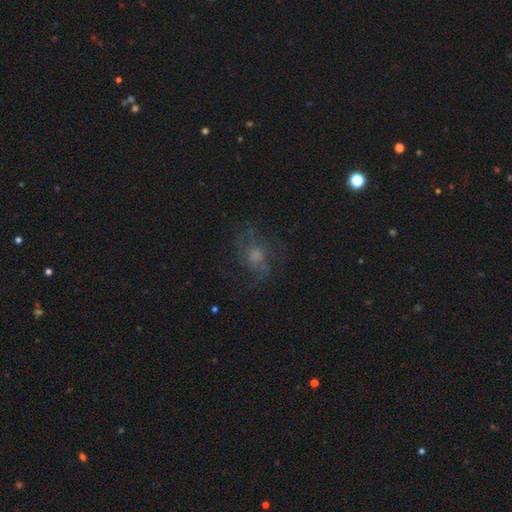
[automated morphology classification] Smooth or featured?
  - featured or disk: 54% *
  - smooth: 27%
  - star or artifact: 18%
Edge-on disk?
  - no: 96% *
  - yes: 4%
Bar?
  - no: 77% *
  - weak: 20%
  - strong: 3%
Spiral arms?
  - yes: 73% *
  - no: 27%
Bulge size?
  - moderate: 42% *
  - small: 27%
  - none: 15%
  - large: 14%
  - dominant: 2%
Merging?
  - none: 62% *
  - major disturbance: 19%
  - minor disturbance: 17%
  - merger: 2%